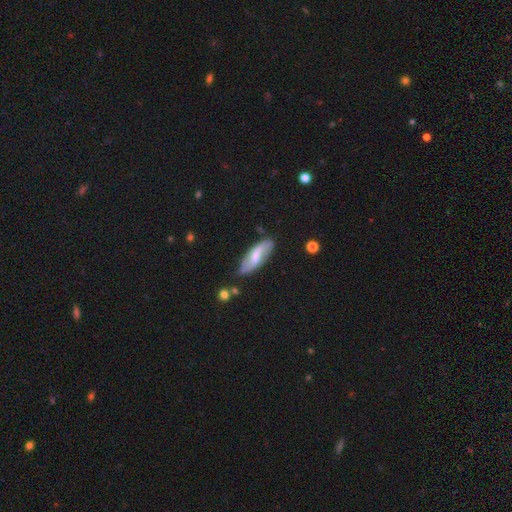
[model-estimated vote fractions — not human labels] smooth-or-featured: featured or disk: 52% | smooth: 42% | star or artifact: 6%
  disk-edge-on: no: 82% | yes: 18%
  merging: none: 75% | minor disturbance: 18% | major disturbance: 4% | merger: 3%